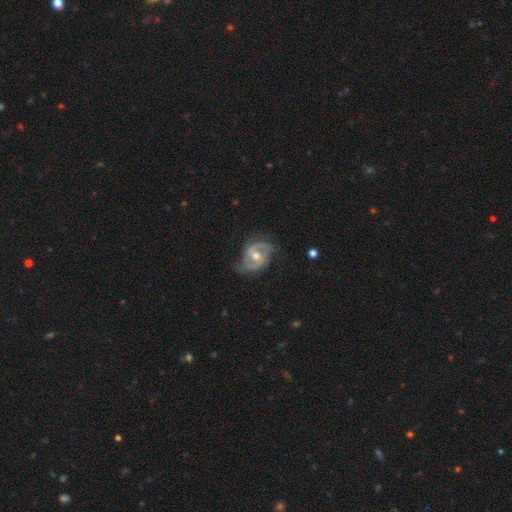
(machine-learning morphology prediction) smooth-or-featured: featured or disk: 84% | smooth: 11% | star or artifact: 5%
  disk-edge-on: no: 97% | yes: 3%
    bar: no: 50% | weak: 38% | strong: 12%
    has-spiral-arms: yes: 91% | no: 9%
      spiral-winding: medium: 48% | tight: 31% | loose: 21%
      spiral-arm-count: 2: 83% | can't tell: 7% | 3: 4% | 1: 3% | 4: 1% | more than 4: 1%
    bulge-size: moderate: 77% | small: 12% | large: 9% | none: 1% | dominant: 1%
  merging: none: 62% | minor disturbance: 25% | major disturbance: 12% | merger: 2%